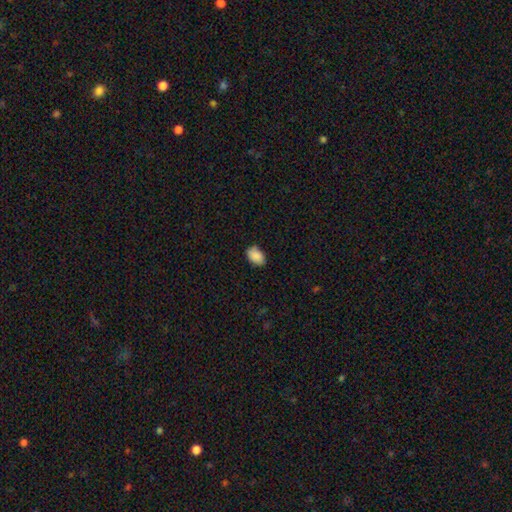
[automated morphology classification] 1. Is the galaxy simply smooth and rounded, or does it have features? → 89% smooth, 7% star or artifact, 4% featured or disk.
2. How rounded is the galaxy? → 88% in between, 11% round, 1% cigar-shaped.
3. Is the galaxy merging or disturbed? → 82% none, 15% minor disturbance, 2% major disturbance, 1% merger.